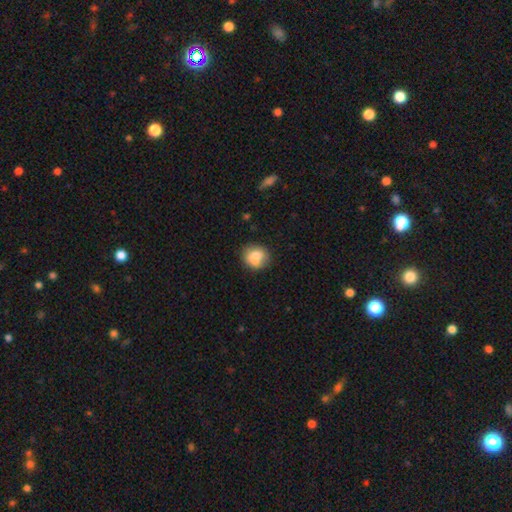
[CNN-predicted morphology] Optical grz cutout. It shows a smooth galaxy with no disk features (77%) that is round (77%). Merging: none (62%).